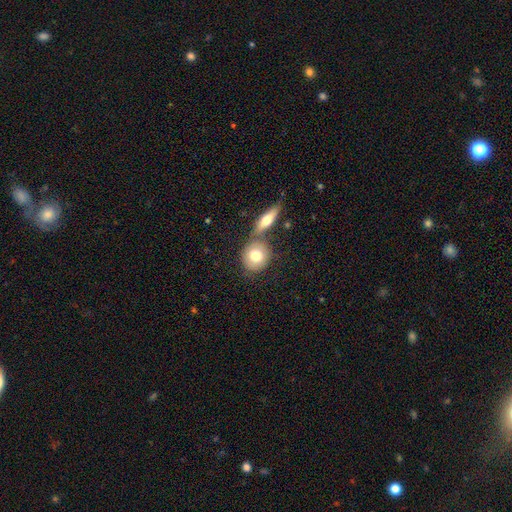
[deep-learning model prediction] Smooth or featured: smooth — 73% (featured or disk — 20%)
How rounded: round — 77% (in between — 21%)
Merging: none — 56% (merger — 30%)